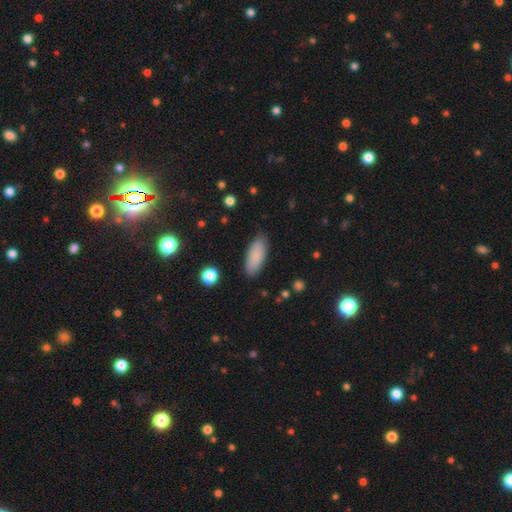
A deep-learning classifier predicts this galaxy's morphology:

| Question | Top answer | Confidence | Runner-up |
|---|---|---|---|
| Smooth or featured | smooth | 86% | featured or disk (7%) |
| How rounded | in between | 77% | cigar-shaped (21%) |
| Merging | none | 87% | minor disturbance (10%) |